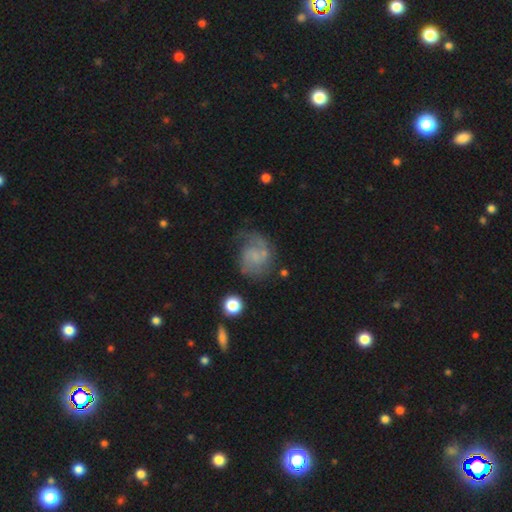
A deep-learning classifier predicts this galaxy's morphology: Smooth or featured? Predicted: featured or disk (p=0.69). Edge-on disk? Predicted: no (p=0.98). Bar? Predicted: no (p=0.64). Spiral arms? Predicted: yes (p=0.90). Spiral winding? Predicted: medium (p=0.44). Spiral arm count? Predicted: 2 (p=0.62). Bulge size? Predicted: none (p=0.44). Merging? Predicted: none (p=0.53).